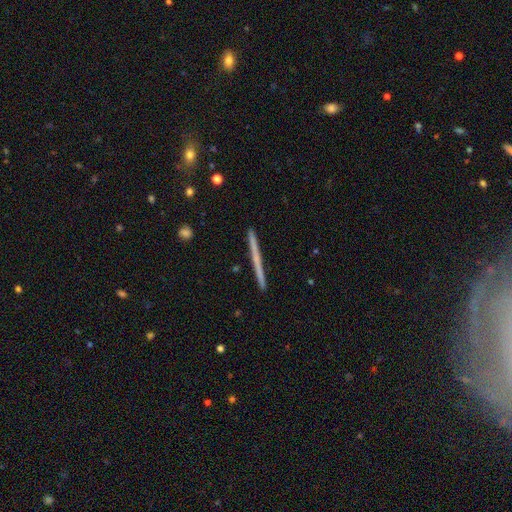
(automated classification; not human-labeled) This appears to be a featured or disk galaxy (51%) viewed edge-on (98%) with no central bulge (88%). Merging: none (92%).